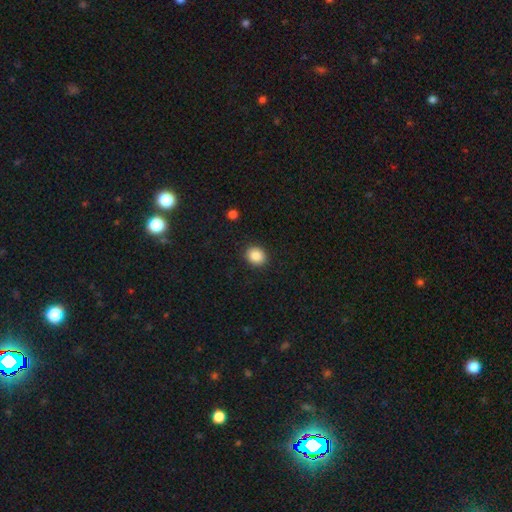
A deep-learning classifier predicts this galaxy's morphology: Smooth or featured? smooth (87%)
How rounded? round (70%)
Merging? none (91%)